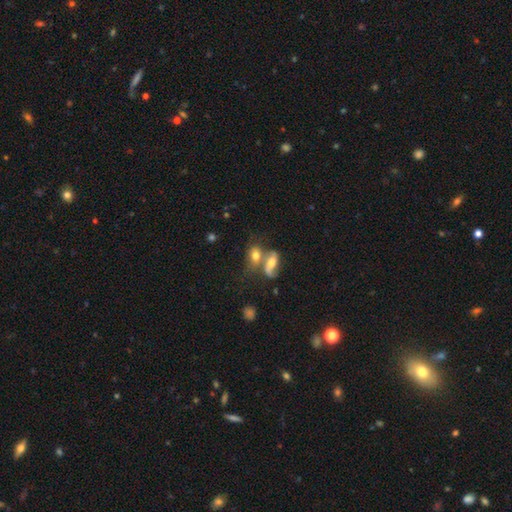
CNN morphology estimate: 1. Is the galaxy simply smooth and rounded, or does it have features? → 65% smooth, 24% featured or disk, 10% star or artifact.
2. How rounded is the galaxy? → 76% in between, 18% round, 6% cigar-shaped.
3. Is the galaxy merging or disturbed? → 56% merger, 28% none, 10% minor disturbance, 7% major disturbance.